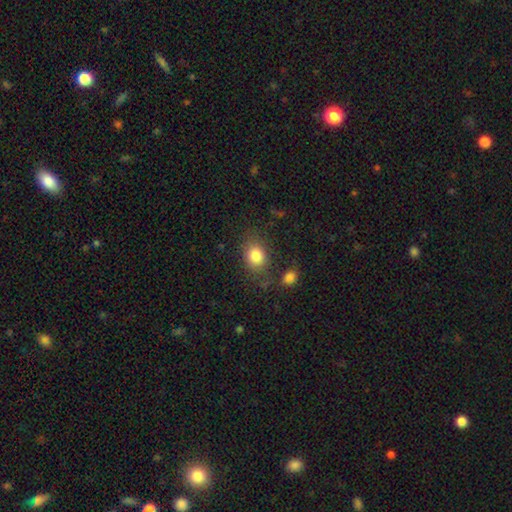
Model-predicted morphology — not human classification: Smooth or featured? Predicted: smooth (p=0.83). How rounded? Predicted: in between (p=0.52). Merging? Predicted: none (p=0.75).